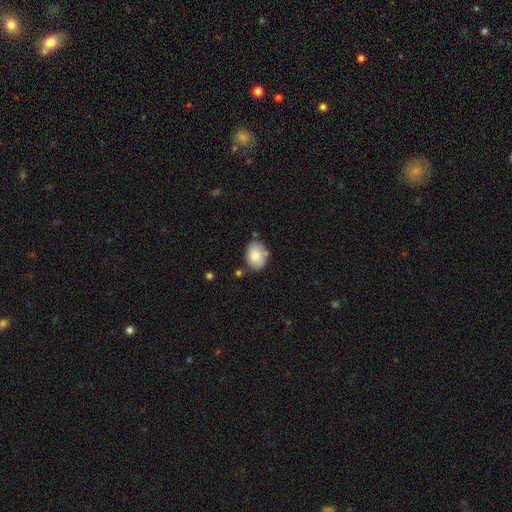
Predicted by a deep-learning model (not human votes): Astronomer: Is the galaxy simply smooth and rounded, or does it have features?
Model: smooth — 79%.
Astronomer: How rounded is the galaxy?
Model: in between — 71%.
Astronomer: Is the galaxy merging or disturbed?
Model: none — 69%.